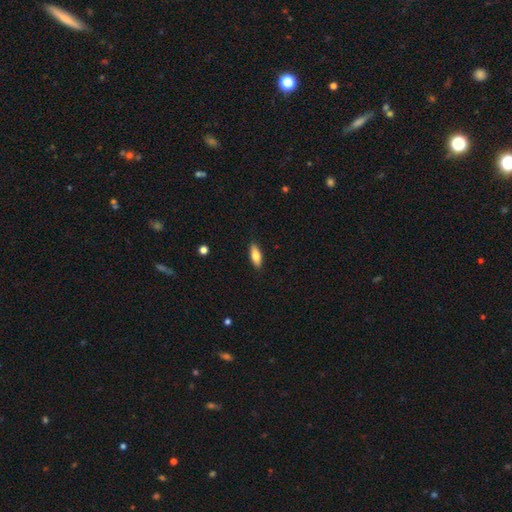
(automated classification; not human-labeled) This is likely a smooth galaxy (77%). How rounded: likely in between (75%). Merging: clearly none (89%).